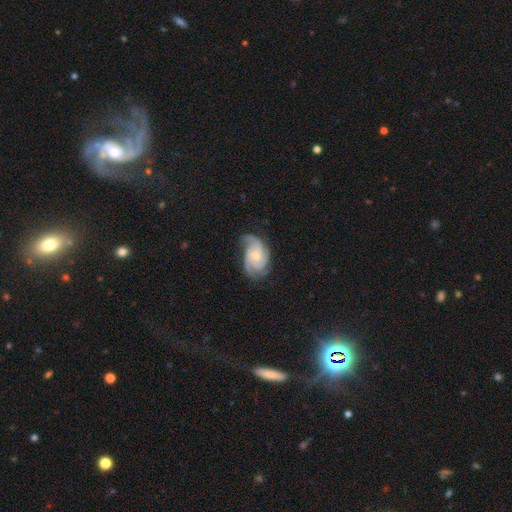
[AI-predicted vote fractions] The model was most divided on "bulge size": small: 53%, moderate: 42%, none: 2%, large: 2%, dominant: 1%. More confident: spiral arms — yes (98%); edge-on disk — no (98%); smooth or featured — featured or disk (88%); bar — no (71%); merging — none (70%); spiral arm count — 3 (58%); spiral winding — tight (52%).